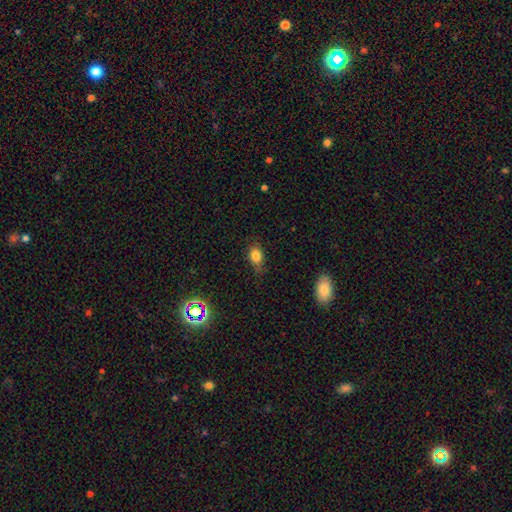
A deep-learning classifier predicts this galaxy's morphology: The model was most divided on "how rounded": in between: 69%, round: 29%, cigar-shaped: 3%. More confident: smooth or featured — smooth (80%); merging — none (66%).